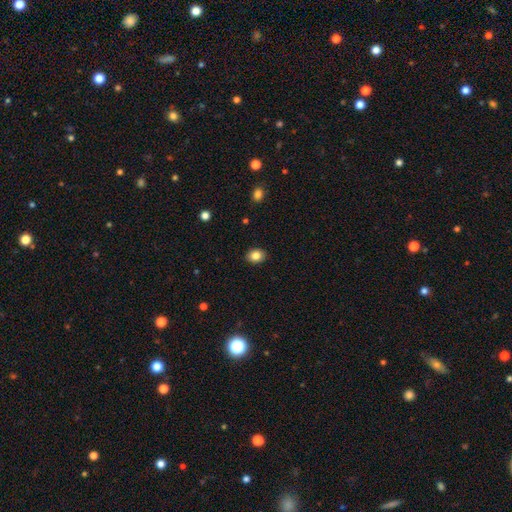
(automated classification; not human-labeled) The model was most divided on "how rounded": in between: 55%, round: 44%, cigar-shaped: 1%. More confident: merging — none (90%); smooth or featured — smooth (84%).